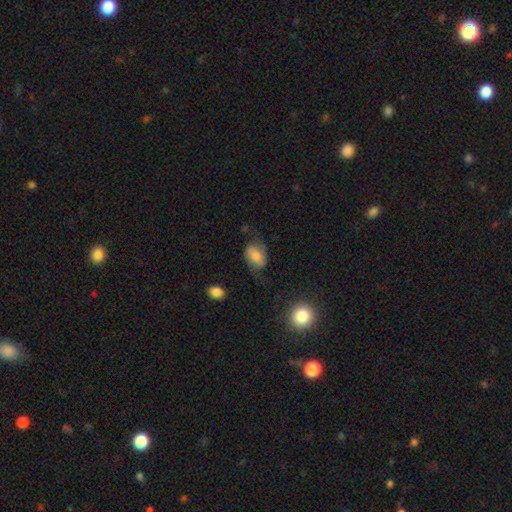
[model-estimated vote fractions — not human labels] Smooth or featured?
  - smooth: 57% *
  - featured or disk: 34%
  - star or artifact: 9%
How rounded?
  - in between: 79% *
  - round: 20%
  - cigar-shaped: 2%
Merging?
  - none: 55% *
  - minor disturbance: 27%
  - major disturbance: 15%
  - merger: 2%